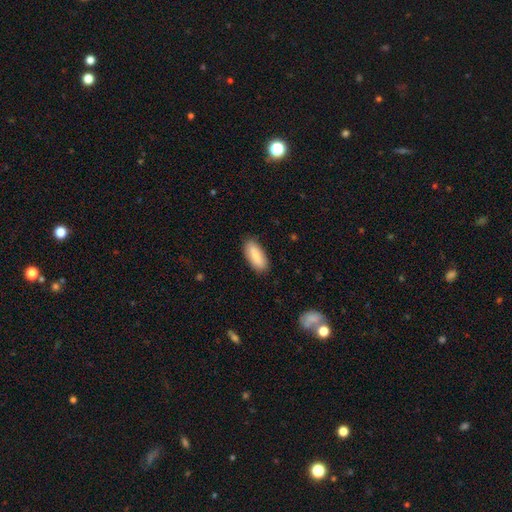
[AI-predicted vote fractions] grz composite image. It shows a smooth galaxy with no disk features (85%) that is in between round and cigar-shaped (79%). Merging: none (86%).